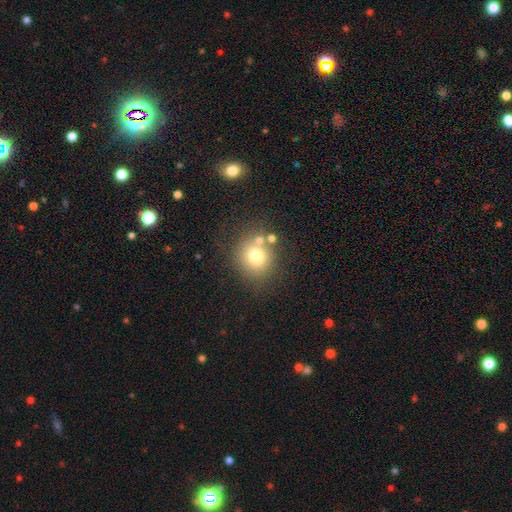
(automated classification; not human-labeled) A smooth galaxy with no disk features (74%) that is round (85%).

Vote fractions:
- Smooth or featured? smooth: 74% / star or artifact: 14% / featured or disk: 12%
- How rounded? round: 85% / in between: 14% / cigar-shaped: 1%
- Merging? none: 69% / merger: 14% / minor disturbance: 12% / major disturbance: 5%